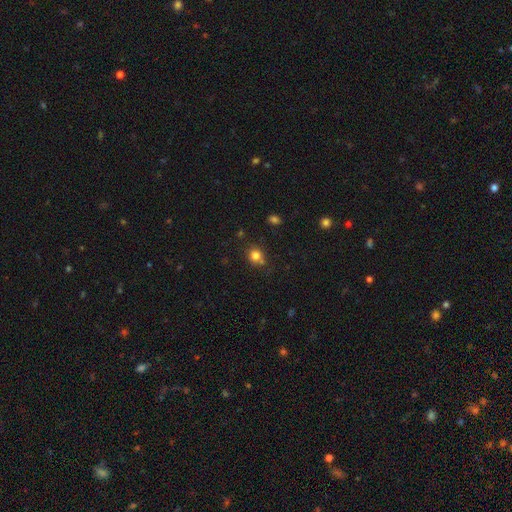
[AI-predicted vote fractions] Smooth or featured? smooth (80%)
How rounded? round (81%)
Merging? none (70%)